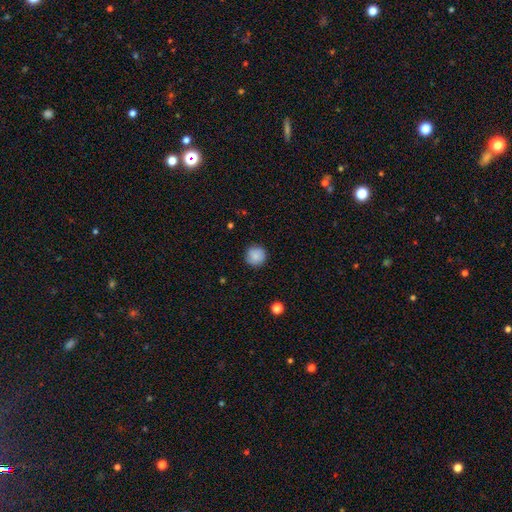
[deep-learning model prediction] Q: Smooth or featured?
A: smooth (86%); runner-up: star or artifact (8%)
Q: How rounded?
A: round (95%); runner-up: in between (4%)
Q: Merging?
A: none (89%); runner-up: minor disturbance (8%)